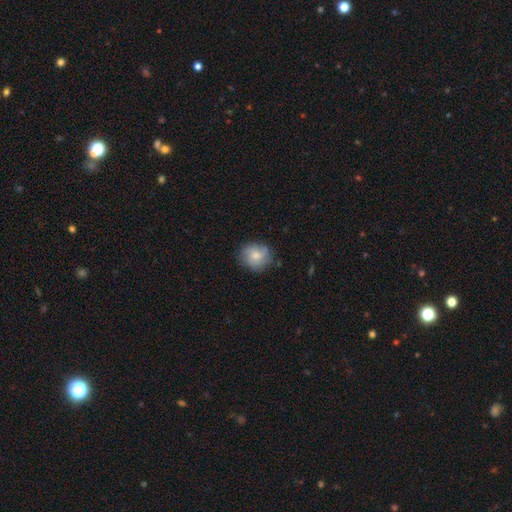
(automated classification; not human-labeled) This appears to be a smooth galaxy with no disk features (71%) that is round (82%). Merging: none (74%).